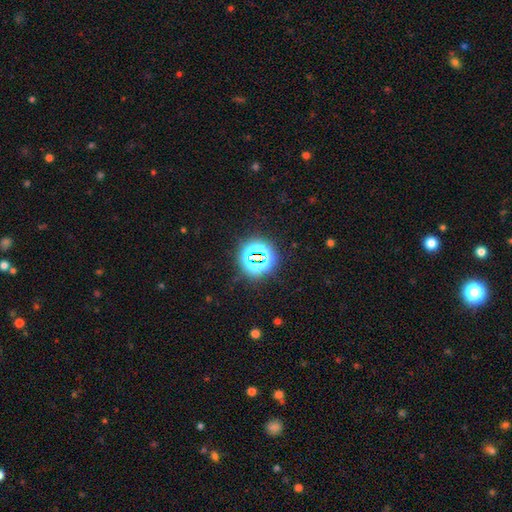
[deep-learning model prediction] star or artifact 70%, smooth 21%, featured or disk 9%.